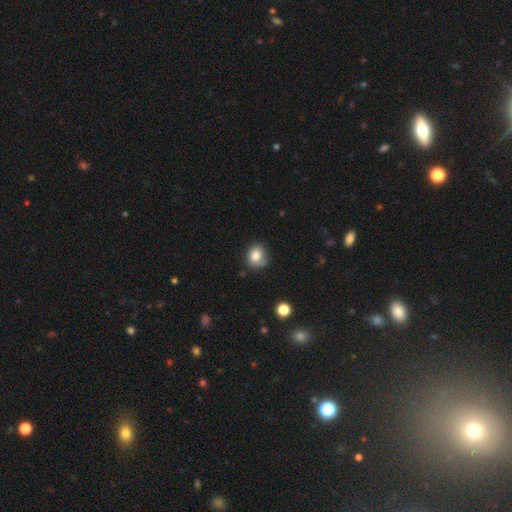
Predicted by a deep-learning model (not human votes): smooth 82%, star or artifact 10%, featured or disk 8%. Down the decision tree: how rounded — round (63%); merging — none (62%).